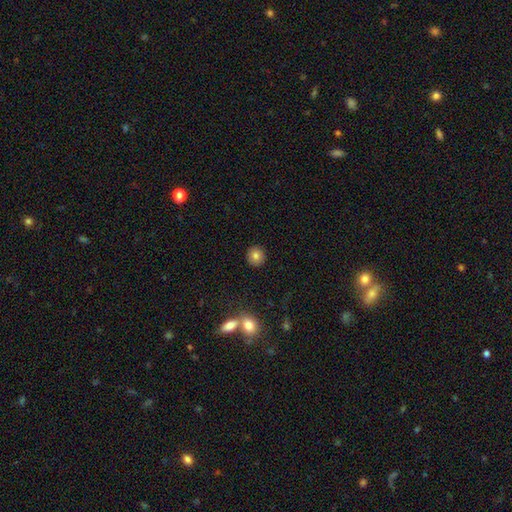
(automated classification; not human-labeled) This appears to be a smooth galaxy with no disk features (82%) that is round (91%). Merging: none (91%).